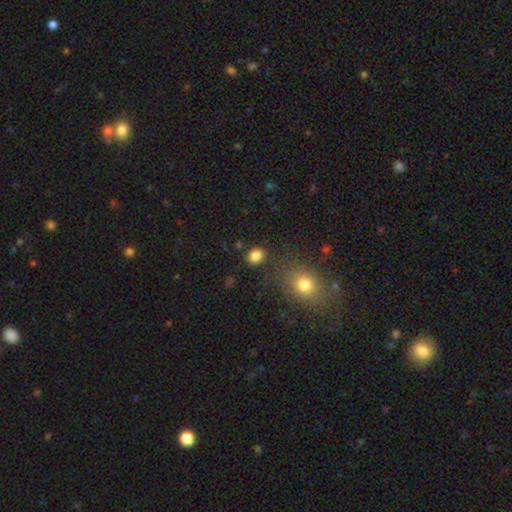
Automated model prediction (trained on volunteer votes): A smooth galaxy with no disk features (85%) that is in between round and cigar-shaped (66%). Merging: none (81%).